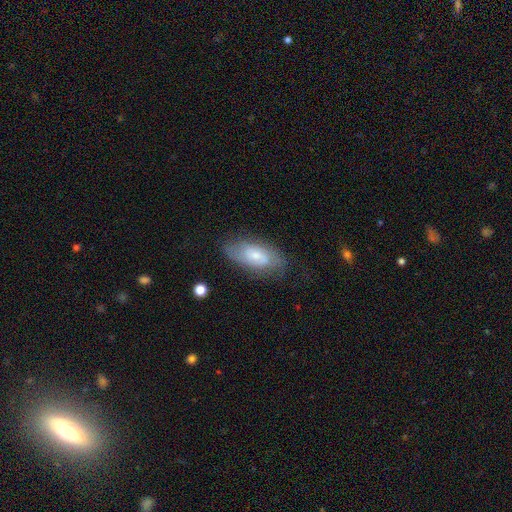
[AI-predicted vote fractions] Smooth or featured?
  - featured or disk: 52% *
  - smooth: 40%
  - star or artifact: 7%
Edge-on disk?
  - no: 90% *
  - yes: 10%
Merging?
  - none: 71% *
  - minor disturbance: 21%
  - major disturbance: 7%
  - merger: 2%